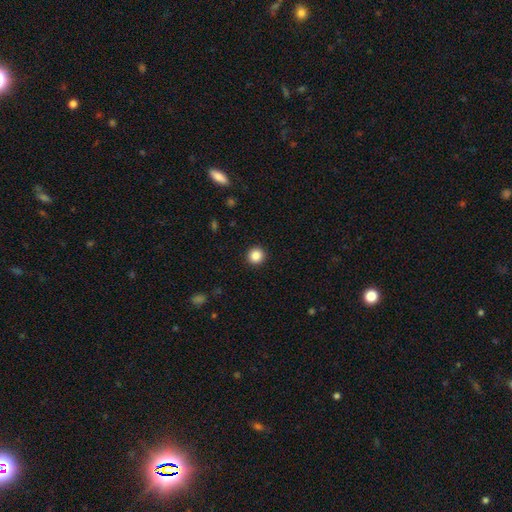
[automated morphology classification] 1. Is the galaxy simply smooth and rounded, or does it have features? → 87% smooth, 10% star or artifact, 4% featured or disk.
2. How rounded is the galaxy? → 95% round, 4% in between, 1% cigar-shaped.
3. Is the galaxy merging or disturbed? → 93% none, 5% minor disturbance, 2% major disturbance, 1% merger.